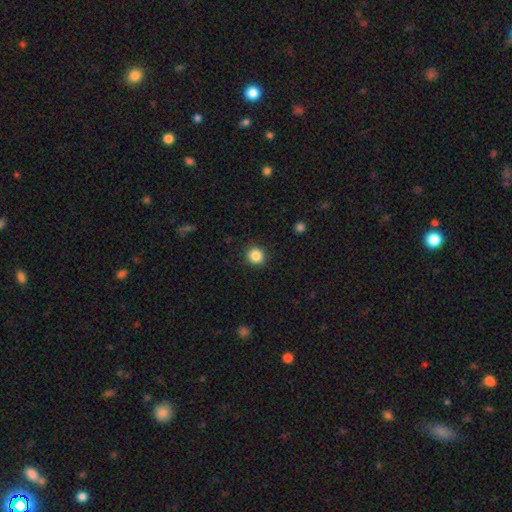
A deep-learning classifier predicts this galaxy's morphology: Smooth or featured?
  - smooth: 86% *
  - star or artifact: 10%
  - featured or disk: 4%
How rounded?
  - round: 88% *
  - in between: 11%
  - cigar-shaped: 1%
Merging?
  - none: 91% *
  - minor disturbance: 6%
  - major disturbance: 2%
  - merger: 1%